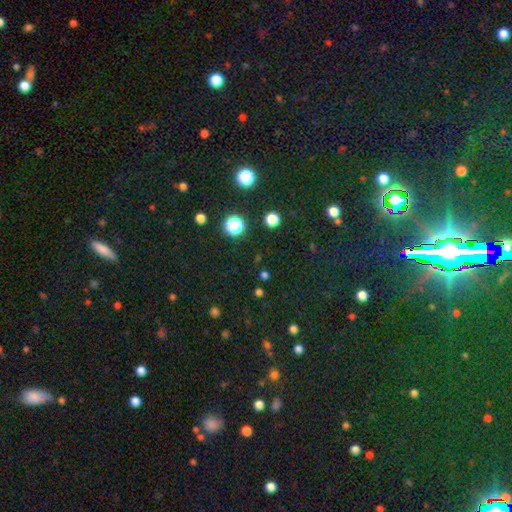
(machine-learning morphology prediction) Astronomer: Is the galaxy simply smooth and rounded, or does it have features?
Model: star or artifact — 79%.